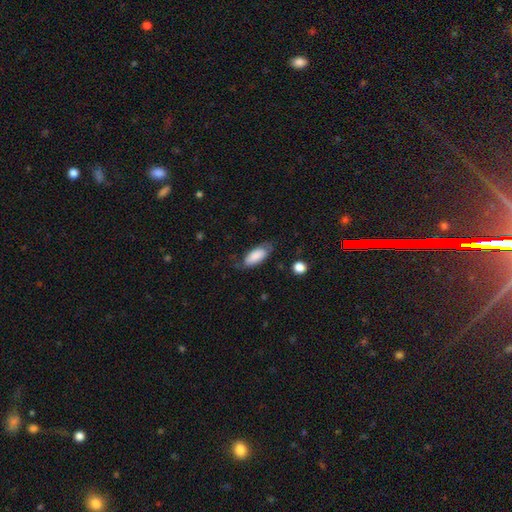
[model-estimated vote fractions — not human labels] A smooth galaxy with no disk features (82%) that is in between round and cigar-shaped (86%). Merging: none (64%).